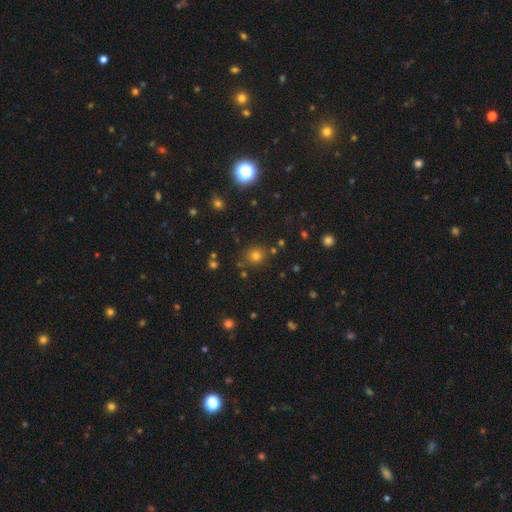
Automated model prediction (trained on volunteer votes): Smooth or featured: smooth — 70% (star or artifact — 23%)
How rounded: round — 88% (in between — 11%)
Merging: none — 82% (minor disturbance — 9%)